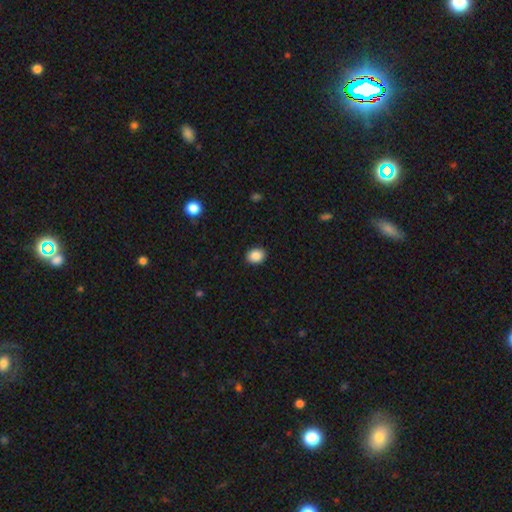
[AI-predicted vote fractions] A smooth galaxy with no disk features (88%) that is round (52%).

Vote fractions:
- Smooth or featured? smooth: 88% / star or artifact: 9% / featured or disk: 4%
- How rounded? round: 52% / in between: 47% / cigar-shaped: 1%
- Merging? none: 91% / minor disturbance: 6% / major disturbance: 2% / merger: 1%